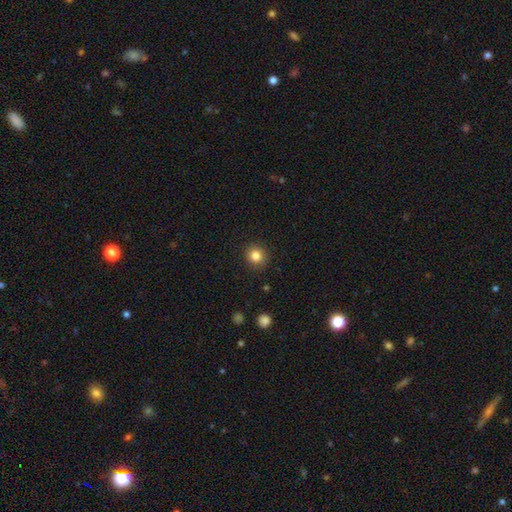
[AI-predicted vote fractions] This is clearly a smooth galaxy (83%). How rounded: clearly round (89%). Merging: clearly none (91%).